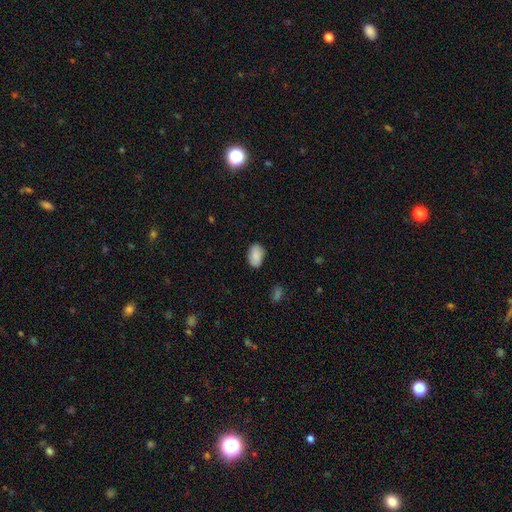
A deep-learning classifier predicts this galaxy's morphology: type=smooth (86%); roundness=in between (89%); merging=none (83%).